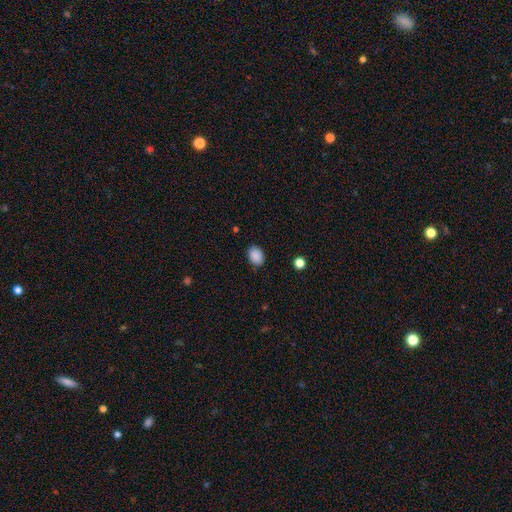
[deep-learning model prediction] Morphology: type=smooth (89%); roundness=in between (66%); merging=none (85%).